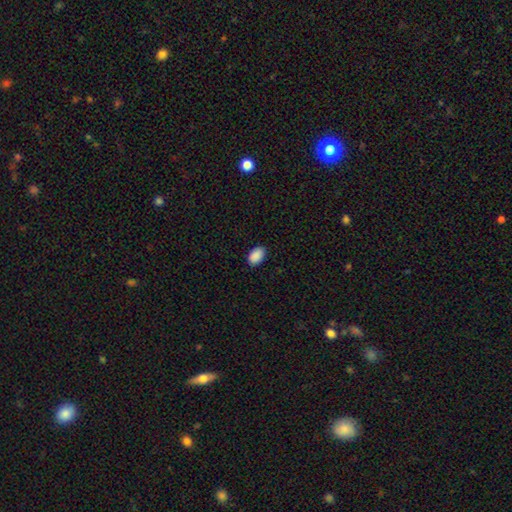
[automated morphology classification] A smooth galaxy with no disk features (91%) that is in between round and cigar-shaped (91%).

Vote fractions:
- Smooth or featured? smooth: 91% / star or artifact: 7% / featured or disk: 2%
- How rounded? in between: 91% / round: 7% / cigar-shaped: 1%
- Merging? none: 88% / minor disturbance: 9% / major disturbance: 2% / merger: 1%